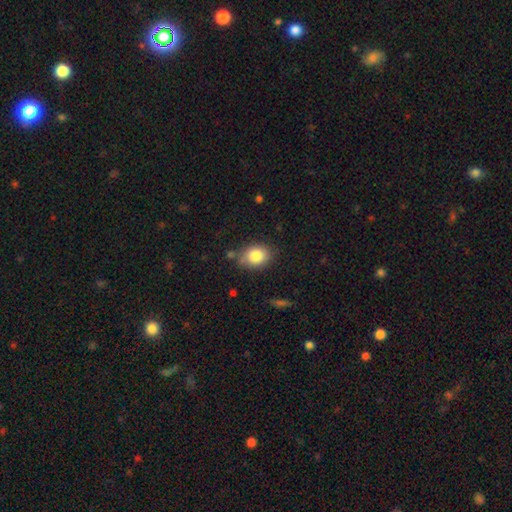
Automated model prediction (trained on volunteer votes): Q: Smooth or featured?
A: smooth (83%); runner-up: featured or disk (9%)
Q: How rounded?
A: in between (66%); runner-up: round (33%)
Q: Merging?
A: none (76%); runner-up: minor disturbance (16%)